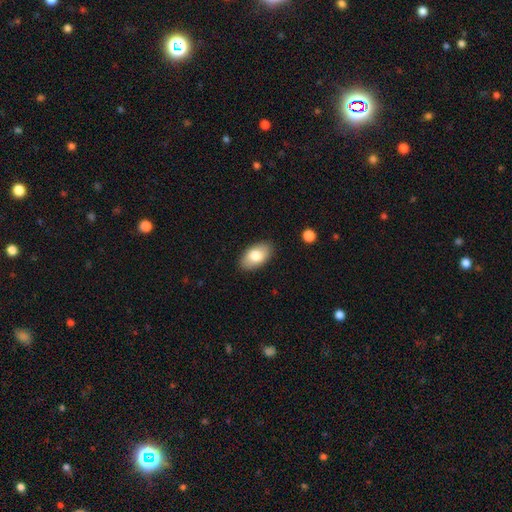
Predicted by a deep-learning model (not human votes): A smooth galaxy with no disk features (80%) that is in between round and cigar-shaped (94%). Merging: none (87%).